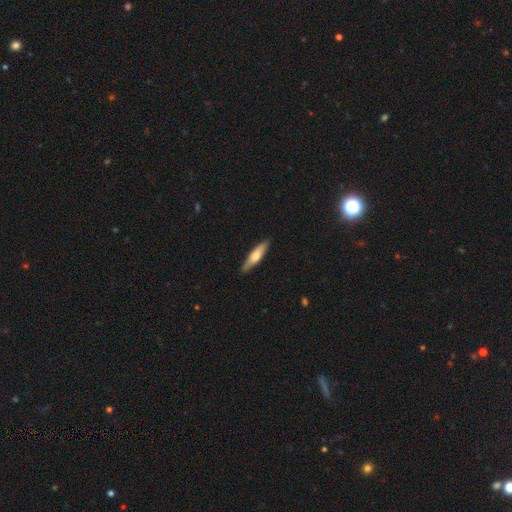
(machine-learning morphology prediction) smooth_or_featured: smooth (p=0.58) [alt: featured or disk p=0.37]
how_rounded: cigar-shaped (p=0.74) [alt: in between p=0.24]
merging: none (p=0.85) [alt: minor disturbance p=0.12]